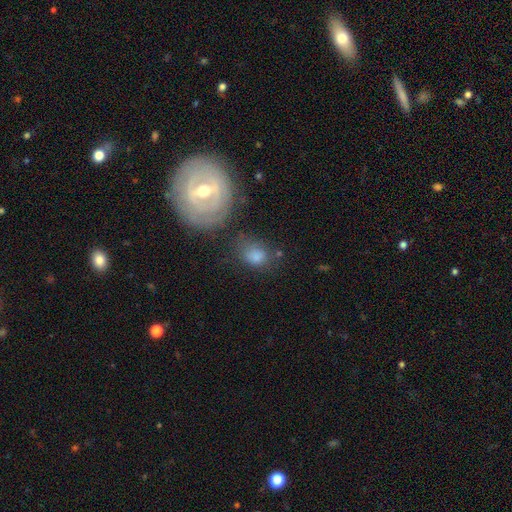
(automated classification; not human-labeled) This appears to be a smooth galaxy with no disk features (72%) that is in between round and cigar-shaped (56%). Merging: none (52%).